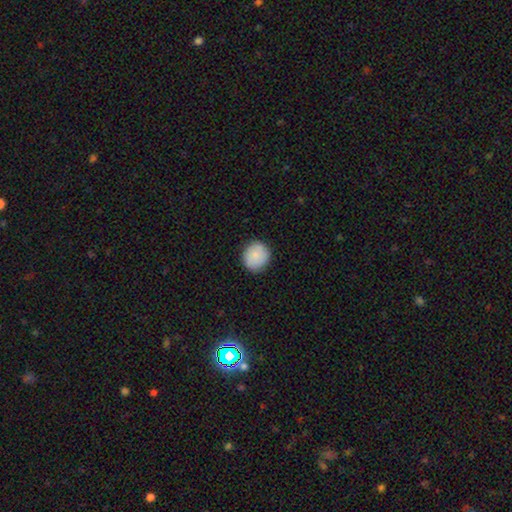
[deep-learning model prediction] Smooth or featured: smooth — 86% (featured or disk — 7%)
How rounded: round — 88% (in between — 11%)
Merging: none — 87% (minor disturbance — 10%)